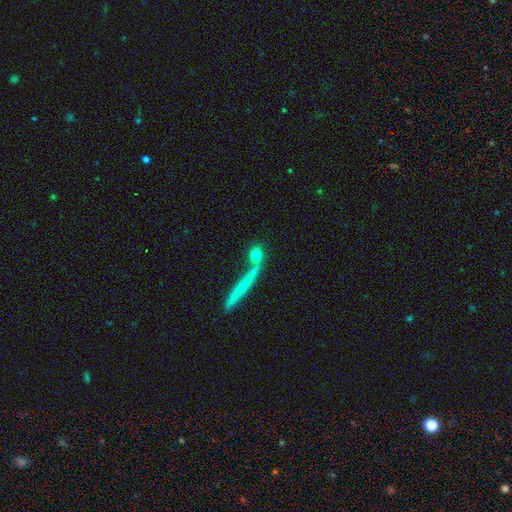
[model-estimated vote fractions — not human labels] smooth-or-featured: smooth: 70% | featured or disk: 20% | star or artifact: 10%
  how-rounded: in between: 41% | round: 39% | cigar-shaped: 20%
  merging: none: 48% | merger: 34% | minor disturbance: 11% | major disturbance: 7%